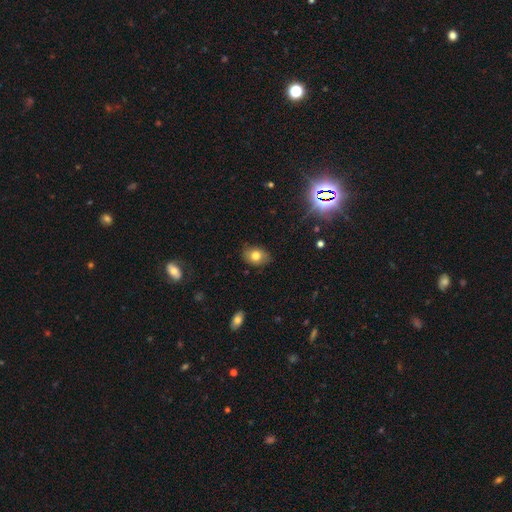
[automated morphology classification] A smooth galaxy with no disk features (76%) that is in between round and cigar-shaped (74%).

Vote fractions:
- Smooth or featured? smooth: 76% / featured or disk: 14% / star or artifact: 10%
- How rounded? in between: 74% / round: 25% / cigar-shaped: 1%
- Merging? none: 81% / minor disturbance: 15% / major disturbance: 3% / merger: 1%